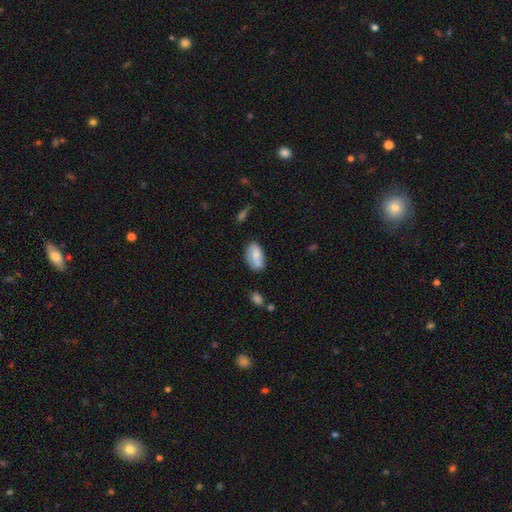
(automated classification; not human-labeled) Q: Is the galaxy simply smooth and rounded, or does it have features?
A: smooth — 62%.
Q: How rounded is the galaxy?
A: in between — 91%.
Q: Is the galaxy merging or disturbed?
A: none — 60%.